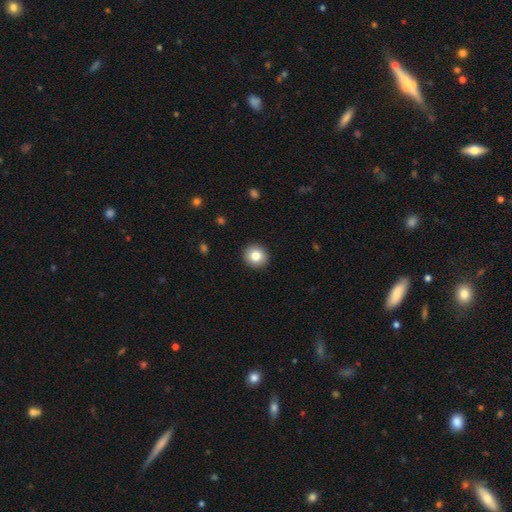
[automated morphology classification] smooth 81%, star or artifact 9%, featured or disk 9%. Down the decision tree: how rounded — round (90%); merging — none (92%).